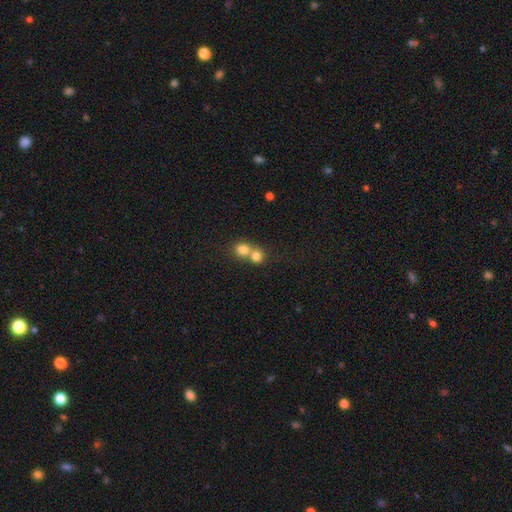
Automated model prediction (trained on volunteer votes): smooth-or-featured: smooth: 78% | star or artifact: 11% | featured or disk: 11%
  how-rounded: round: 80% | in between: 19% | cigar-shaped: 1%
  merging: merger: 62% | none: 31% | minor disturbance: 4% | major disturbance: 2%